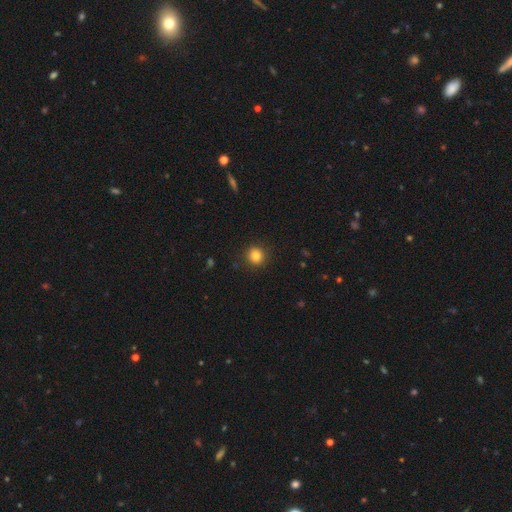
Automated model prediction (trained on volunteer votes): Morphology: type=smooth (83%); roundness=round (89%); merging=none (90%).